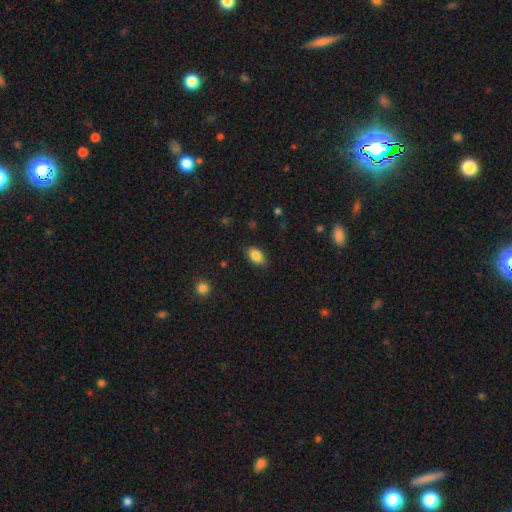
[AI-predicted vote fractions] Q: Smooth or featured?
A: smooth (86%); runner-up: star or artifact (8%)
Q: How rounded?
A: in between (88%); runner-up: round (10%)
Q: Merging?
A: none (83%); runner-up: minor disturbance (13%)